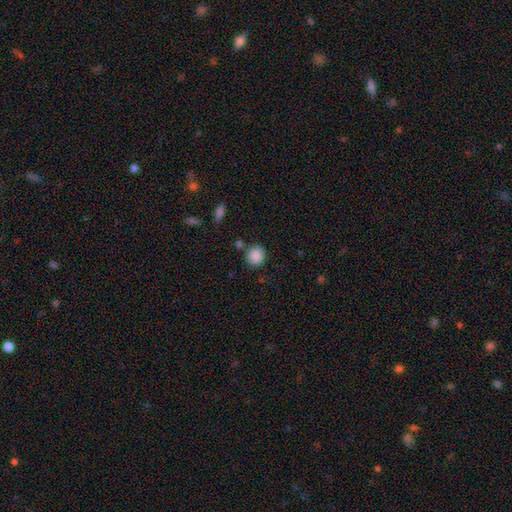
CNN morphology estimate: smooth 88%, star or artifact 8%, featured or disk 3%. Down the decision tree: how rounded — round (86%); merging — none (80%).